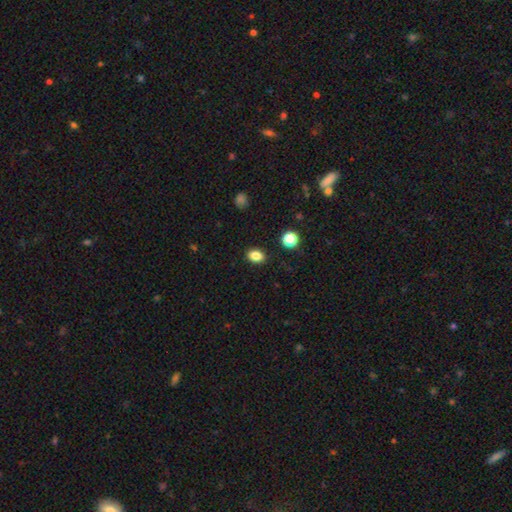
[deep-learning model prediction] A smooth galaxy with no disk features (85%) that is in between round and cigar-shaped (71%).

Vote fractions:
- Smooth or featured? smooth: 85% / star or artifact: 11% / featured or disk: 4%
- How rounded? in between: 71% / round: 27% / cigar-shaped: 1%
- Merging? none: 89% / minor disturbance: 8% / major disturbance: 2% / merger: 1%